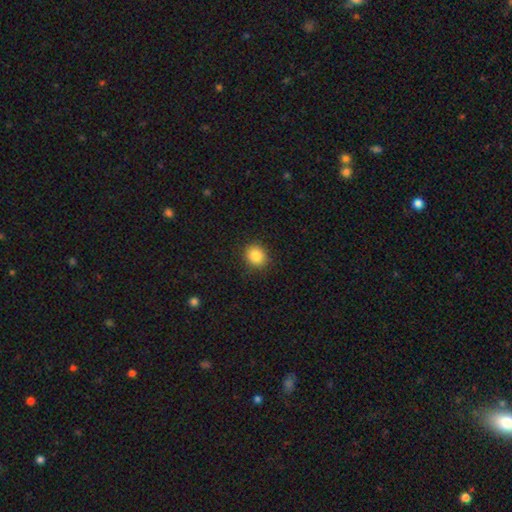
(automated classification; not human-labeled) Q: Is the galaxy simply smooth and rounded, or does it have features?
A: smooth — 86%.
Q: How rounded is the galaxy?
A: round — 73%.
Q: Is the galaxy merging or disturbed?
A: none — 89%.